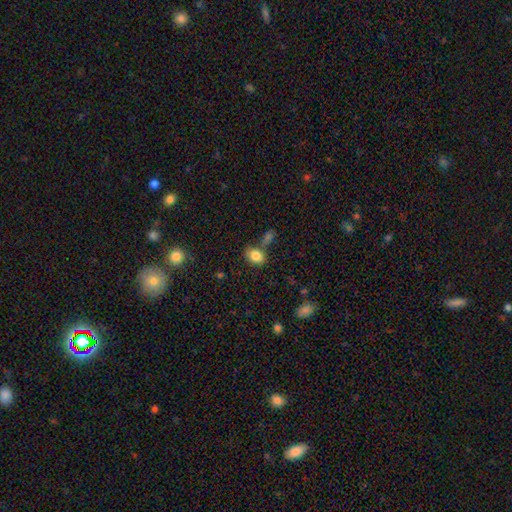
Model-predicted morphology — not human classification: This appears to be a smooth galaxy with no disk features (83%) that is in between round and cigar-shaped (63%). Merging: none (63%).